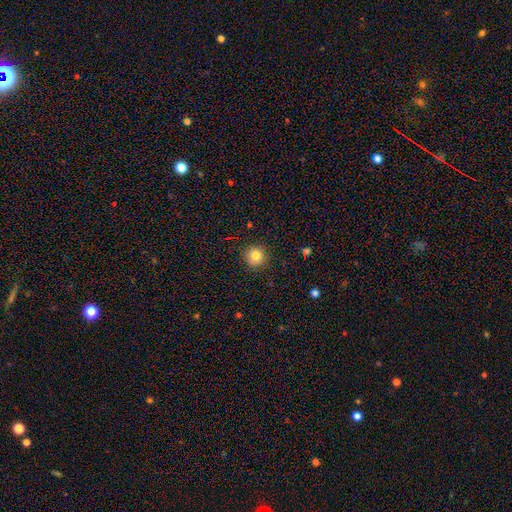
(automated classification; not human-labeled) This appears to be a smooth galaxy with no disk features (80%) that is round (94%). Merging: none (89%).